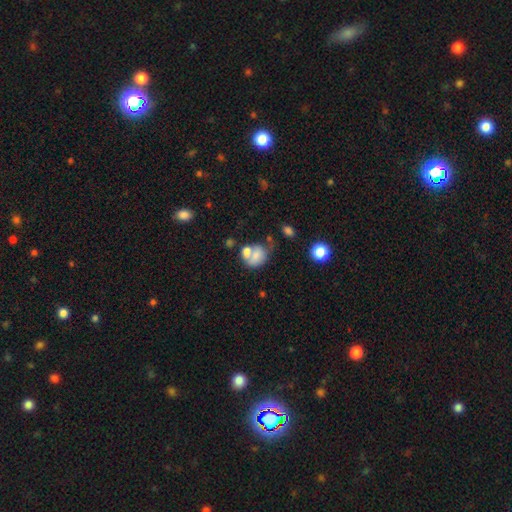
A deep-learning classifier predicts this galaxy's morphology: Smooth or featured?
  - smooth: 68% *
  - featured or disk: 22%
  - star or artifact: 10%
How rounded?
  - in between: 56% *
  - round: 43%
  - cigar-shaped: 1%
Merging?
  - merger: 47% *
  - none: 26%
  - minor disturbance: 15%
  - major disturbance: 12%